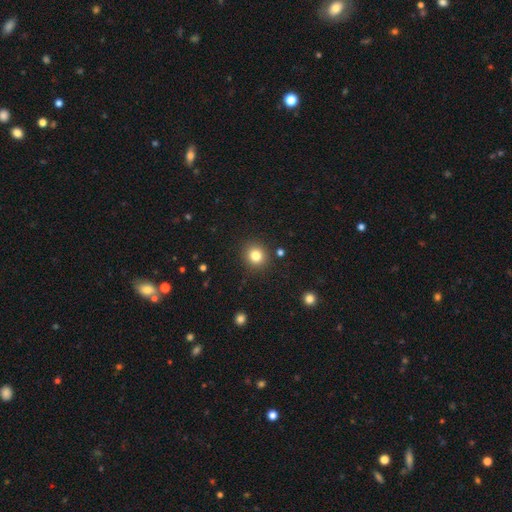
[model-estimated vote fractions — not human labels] A smooth galaxy with no disk features (82%) that is round (88%). Merging: none (89%).